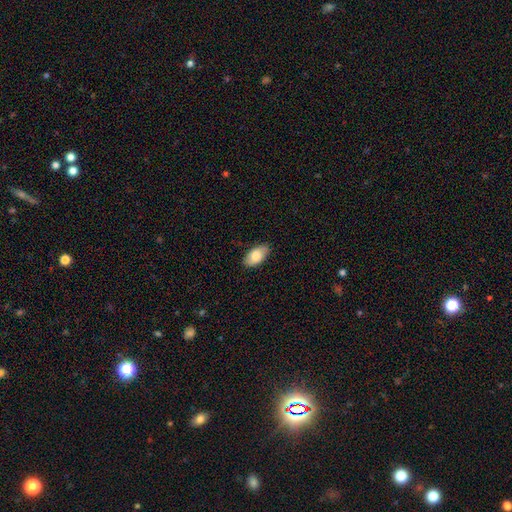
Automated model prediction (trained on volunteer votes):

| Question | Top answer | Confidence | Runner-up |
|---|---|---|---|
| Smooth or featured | smooth | 79% | featured or disk (15%) |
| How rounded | in between | 94% | round (3%) |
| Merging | none | 86% | minor disturbance (11%) |